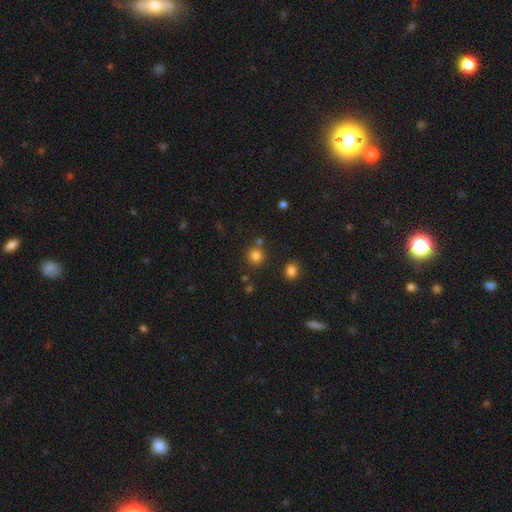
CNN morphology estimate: The model was most divided on "smooth or featured": smooth: 81%, star or artifact: 14%, featured or disk: 5%. More confident: how rounded — round (91%); merging — none (78%).